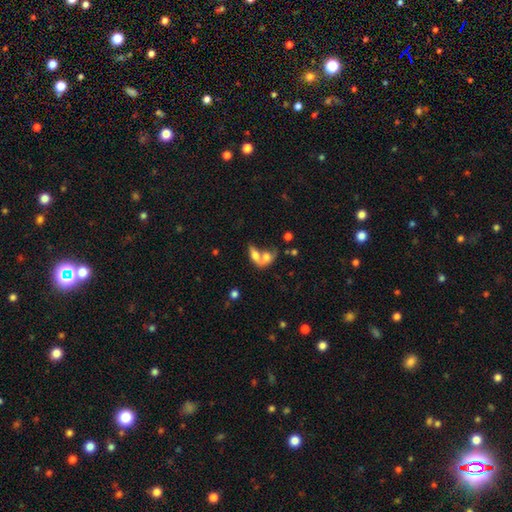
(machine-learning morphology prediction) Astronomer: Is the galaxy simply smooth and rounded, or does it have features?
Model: smooth — 63%.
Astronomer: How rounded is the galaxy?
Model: in between — 78%.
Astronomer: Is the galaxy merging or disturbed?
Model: merger — 68%.